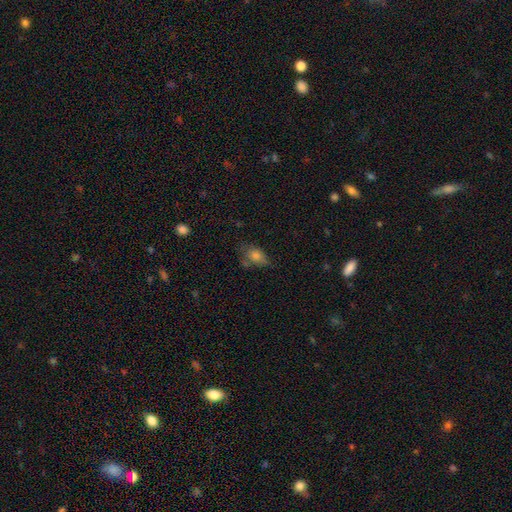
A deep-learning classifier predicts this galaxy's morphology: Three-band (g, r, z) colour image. It shows a smooth galaxy with no disk features (75%) that is in between round and cigar-shaped (78%). Merging: none (55%).